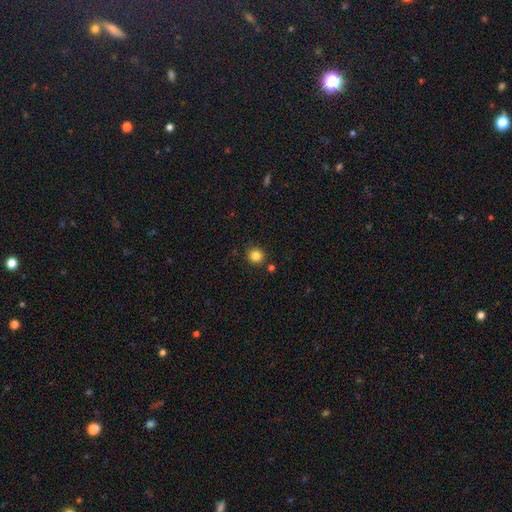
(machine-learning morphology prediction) The model was most divided on "smooth or featured": smooth: 84%, star or artifact: 12%, featured or disk: 4%. More confident: how rounded — round (93%); merging — none (86%).